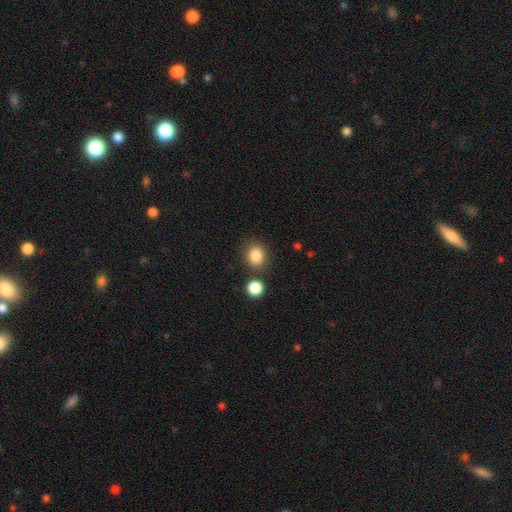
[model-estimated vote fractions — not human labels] Smooth or featured? smooth (85%)
How rounded? round (66%)
Merging? none (77%)